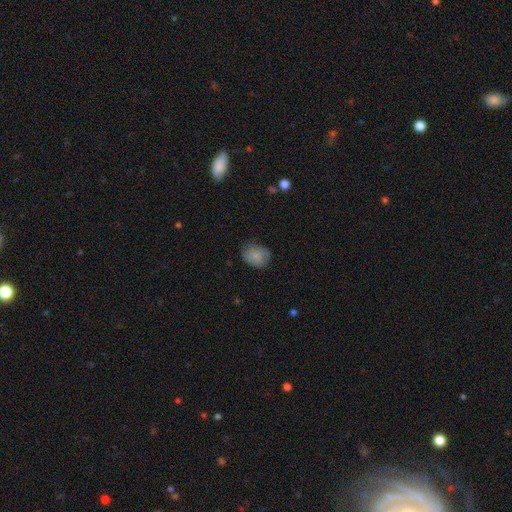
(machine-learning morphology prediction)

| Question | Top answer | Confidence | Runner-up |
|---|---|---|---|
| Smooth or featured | smooth | 79% | featured or disk (13%) |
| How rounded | in between | 54% | round (45%) |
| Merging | none | 70% | minor disturbance (23%) |